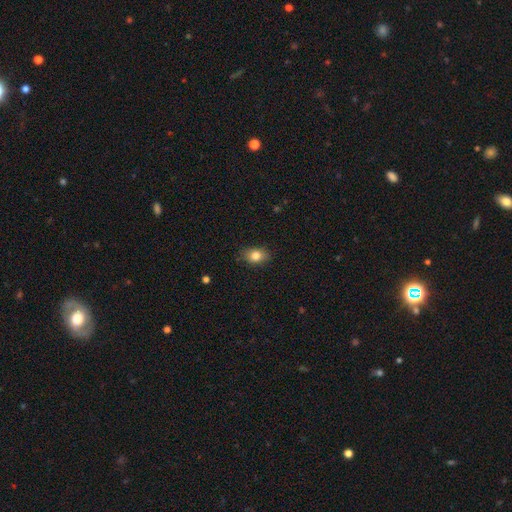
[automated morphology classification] The model was most divided on "how rounded": in between: 73%, round: 25%, cigar-shaped: 2%. More confident: merging — none (83%); smooth or featured — smooth (82%).